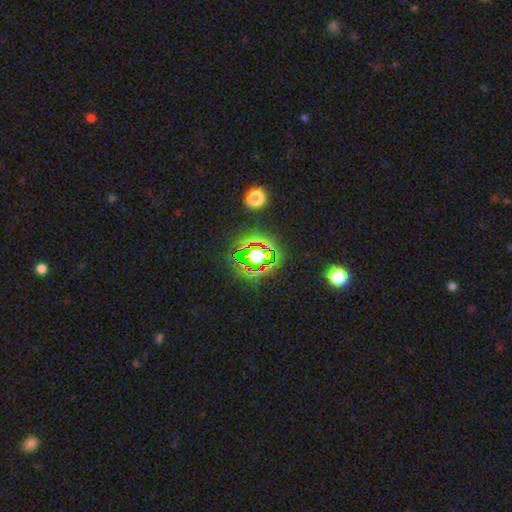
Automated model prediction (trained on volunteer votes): Smooth or featured: star or artifact — 72% (smooth — 16%)